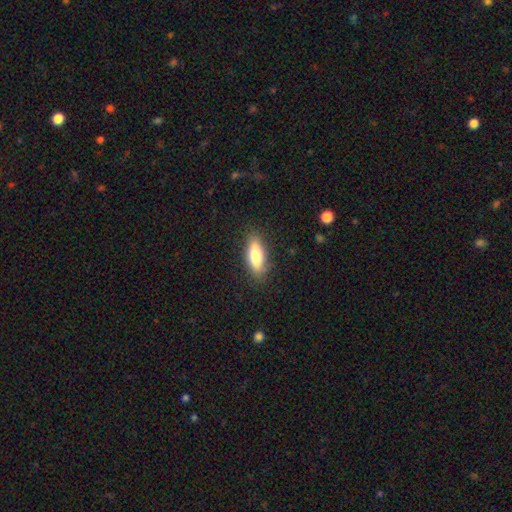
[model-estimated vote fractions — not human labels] Smooth or featured? smooth (75%)
How rounded? in between (61%)
Merging? none (85%)